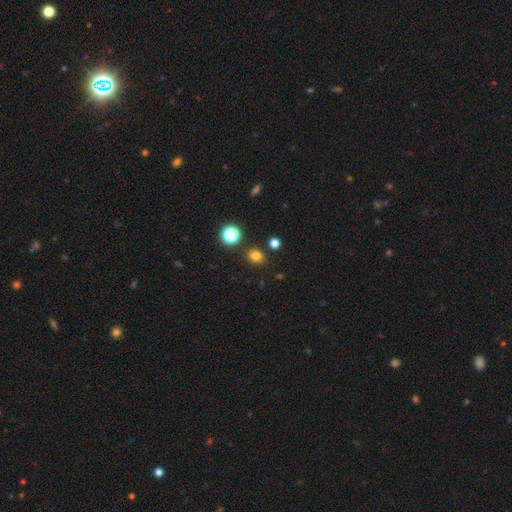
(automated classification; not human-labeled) Smooth or featured? smooth (78%)
How rounded? round (76%)
Merging? none (86%)